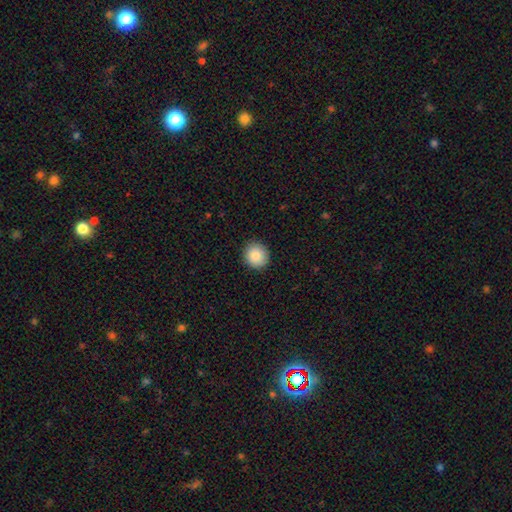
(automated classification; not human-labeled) Smooth or featured: smooth — 87% (star or artifact — 8%)
How rounded: round — 87% (in between — 12%)
Merging: none — 91% (minor disturbance — 6%)